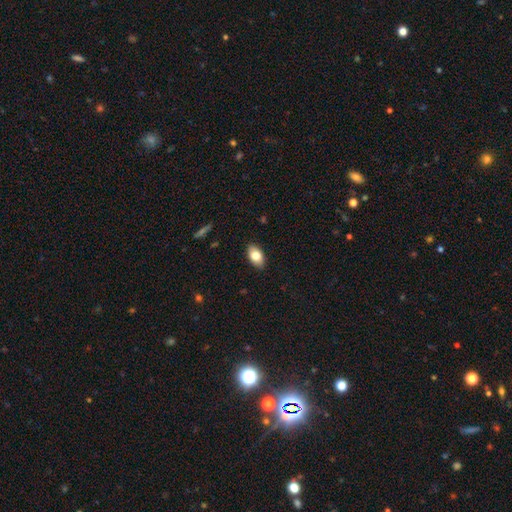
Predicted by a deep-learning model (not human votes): smooth 80%, featured or disk 13%, star or artifact 7%. Down the decision tree: how rounded — in between (92%); merging — none (88%).